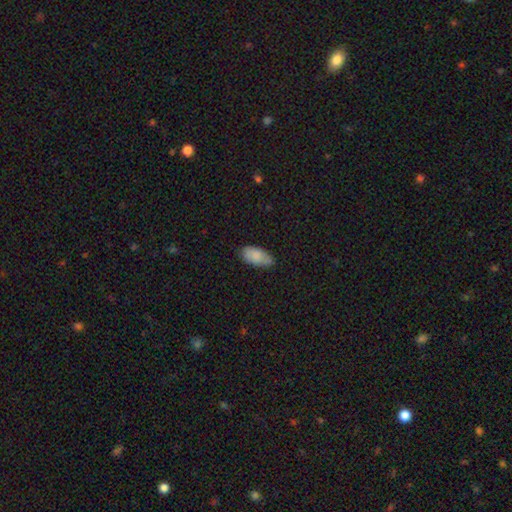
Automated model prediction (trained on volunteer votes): The model was most divided on "merging": none: 71%, minor disturbance: 23%, major disturbance: 4%, merger: 2%. More confident: how rounded — in between (93%); smooth or featured — smooth (83%).